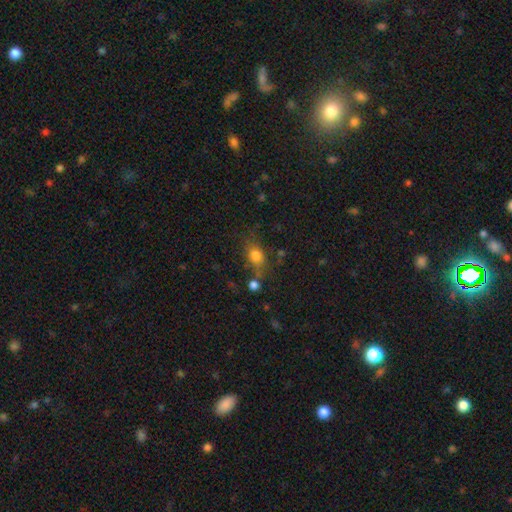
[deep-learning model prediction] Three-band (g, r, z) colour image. It shows a smooth galaxy with no disk features (76%) that is in between round and cigar-shaped (60%). Merging: none (63%).